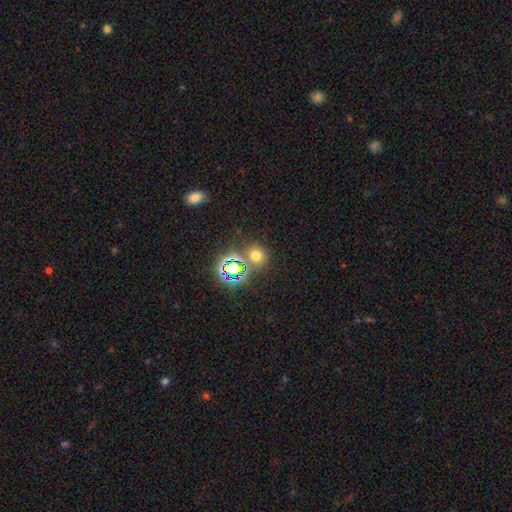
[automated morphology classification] smooth-or-featured: smooth: 58% | star or artifact: 34% | featured or disk: 8%
  how-rounded: round: 76% | in between: 23% | cigar-shaped: 1%
  merging: none: 75% | merger: 12% | minor disturbance: 9% | major disturbance: 4%